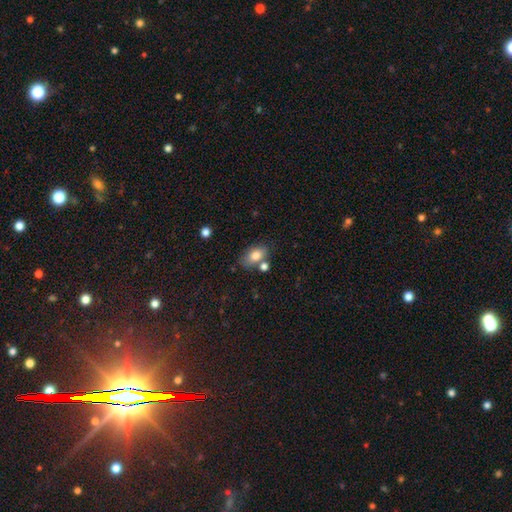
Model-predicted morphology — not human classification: A smooth galaxy with no disk features (79%) that is in between round and cigar-shaped (88%).

Vote fractions:
- Smooth or featured? smooth: 79% / featured or disk: 13% / star or artifact: 8%
- How rounded? in between: 88% / round: 10% / cigar-shaped: 2%
- Merging? none: 64% / merger: 16% / minor disturbance: 16% / major disturbance: 4%